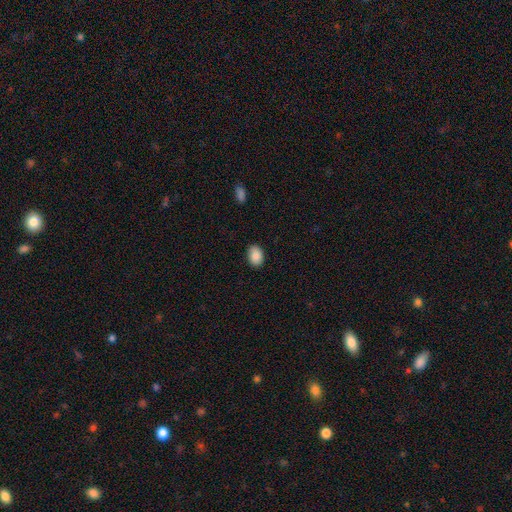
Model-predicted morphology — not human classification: Overall: smooth (88%). How rounded: in between (77%). Merging: none (87%).